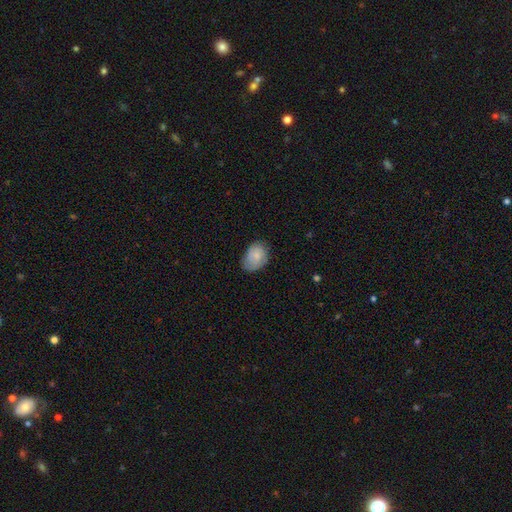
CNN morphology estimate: Q: Smooth or featured?
A: smooth (74%); runner-up: featured or disk (19%)
Q: How rounded?
A: in between (80%); runner-up: round (19%)
Q: Merging?
A: none (65%); runner-up: minor disturbance (28%)